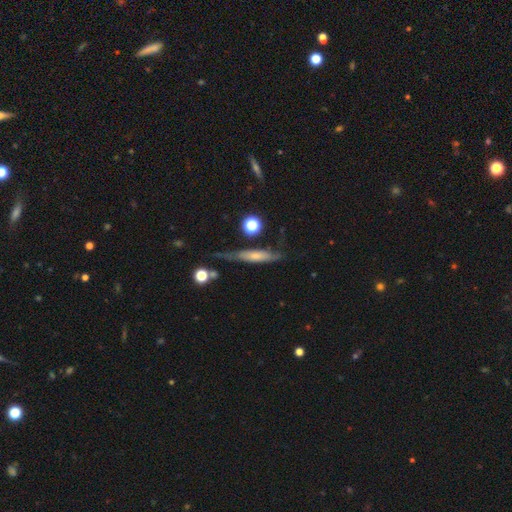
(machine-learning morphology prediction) This is possibly a smooth galaxy (46%). Merging: possibly none (55%).